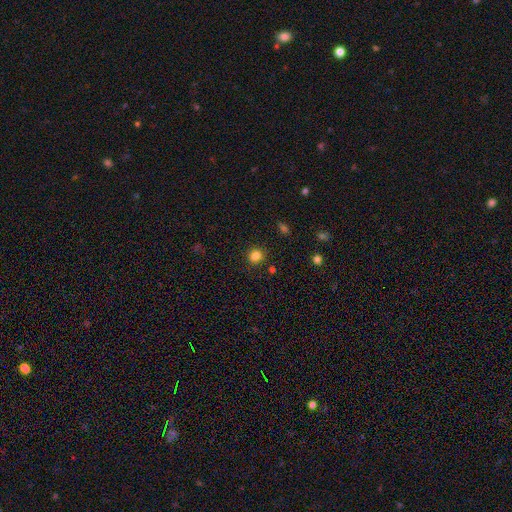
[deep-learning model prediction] The model was most divided on "how rounded": round: 75%, in between: 24%, cigar-shaped: 1%. More confident: merging — none (84%); smooth or featured — smooth (83%).